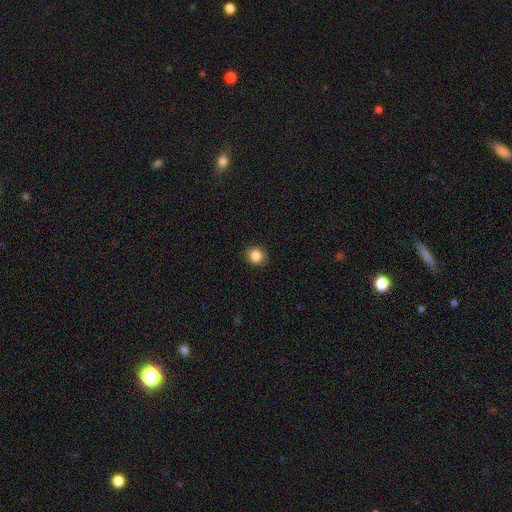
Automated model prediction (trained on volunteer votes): Smooth or featured? Predicted: smooth (p=0.85). How rounded? Predicted: round (p=0.85). Merging? Predicted: none (p=0.90).